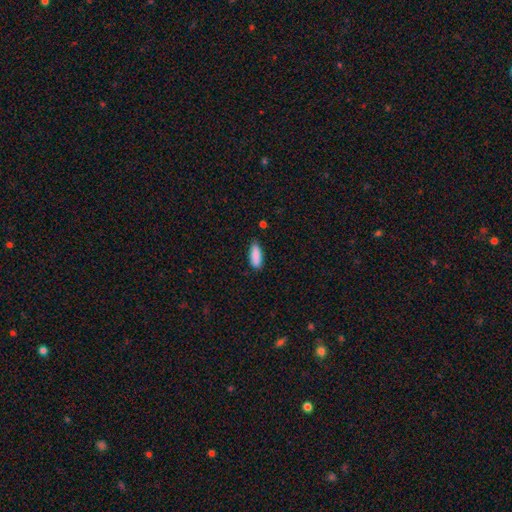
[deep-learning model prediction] Smooth or featured?
  - smooth: 89% *
  - star or artifact: 6%
  - featured or disk: 5%
How rounded?
  - in between: 69% *
  - cigar-shaped: 30%
  - round: 2%
Merging?
  - none: 77% *
  - minor disturbance: 18%
  - major disturbance: 3%
  - merger: 2%